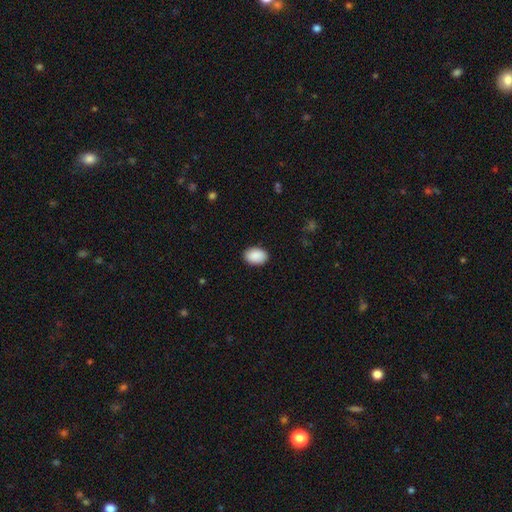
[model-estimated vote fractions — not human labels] A smooth galaxy with no disk features (91%) that is in between round and cigar-shaped (84%). Merging: none (89%).